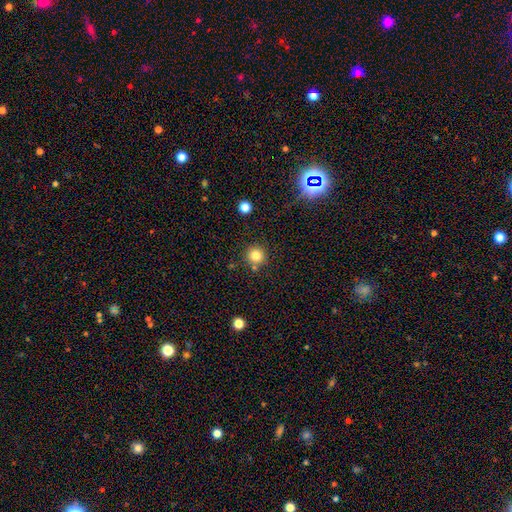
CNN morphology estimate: A smooth galaxy with no disk features (82%) that is round (95%). Merging: none (83%).